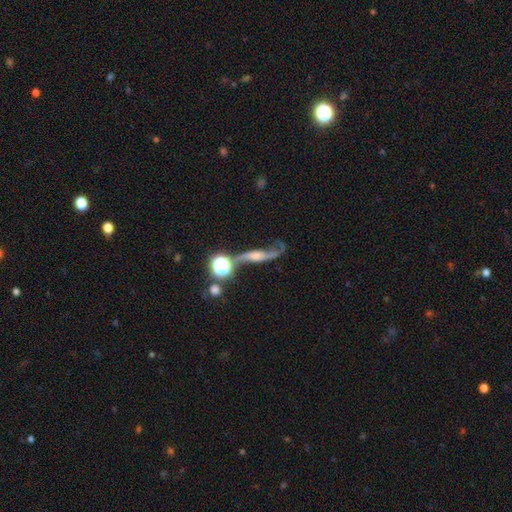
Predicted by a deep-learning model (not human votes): This is likely a featured or disk galaxy (74%). It is likely not viewed edge-on (69%). Bar: possibly no (48%). Spiral arm pattern: clearly yes (92%). Central bulge: marginally moderate (36%). Merging: possibly none (53%).